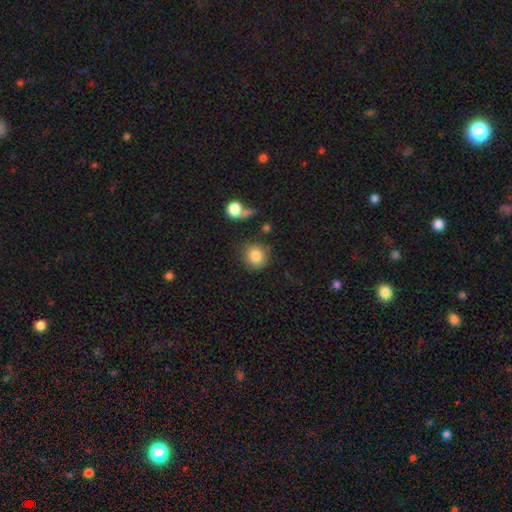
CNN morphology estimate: smooth_or_featured: smooth (p=0.84) [alt: star or artifact p=0.09]
how_rounded: round (p=0.90) [alt: in between p=0.09]
merging: none (p=0.76) [alt: minor disturbance p=0.12]